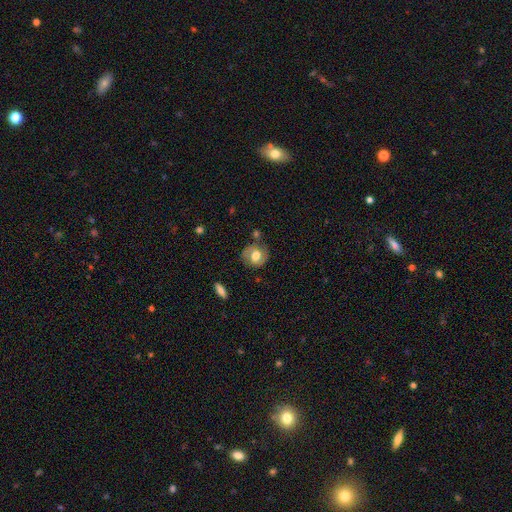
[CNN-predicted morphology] A smooth galaxy with no disk features (47%).

Vote fractions:
- Smooth or featured? smooth: 47% / featured or disk: 45% / star or artifact: 8%
- Merging? none: 72% / minor disturbance: 18% / major disturbance: 6% / merger: 5%